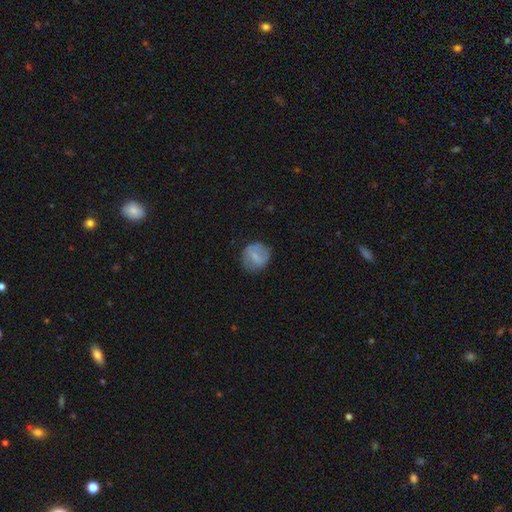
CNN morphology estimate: smooth 63%, featured or disk 29%, star or artifact 8%. Down the decision tree: how rounded — round (81%); merging — none (76%).